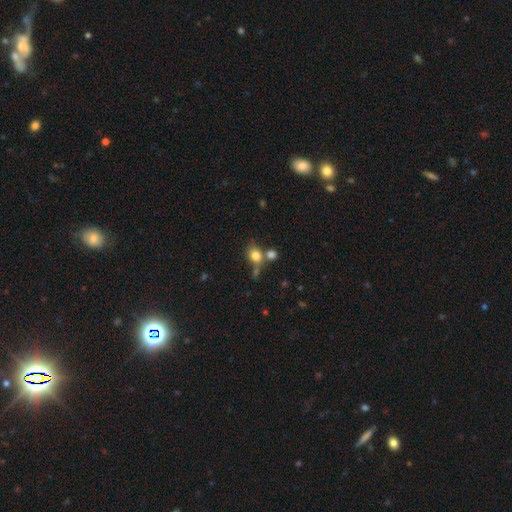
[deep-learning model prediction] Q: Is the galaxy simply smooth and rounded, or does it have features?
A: smooth — 80%.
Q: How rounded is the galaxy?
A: round — 54%.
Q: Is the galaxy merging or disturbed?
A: none — 49%.